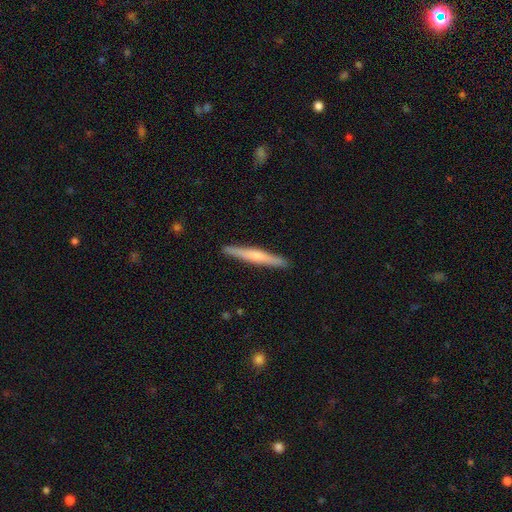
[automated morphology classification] This appears to be a featured or disk galaxy (48%). Merging: none (91%).